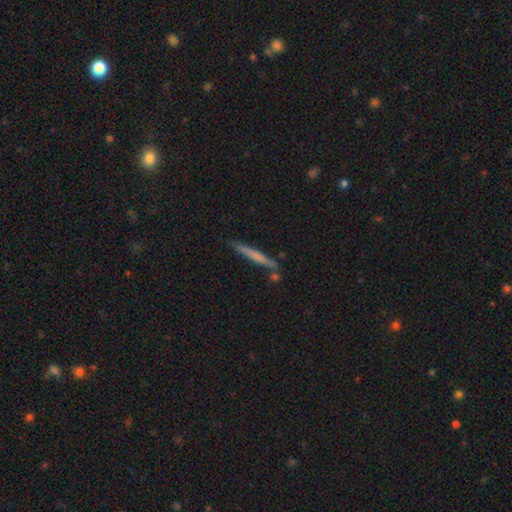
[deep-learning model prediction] Q: Smooth or featured?
A: smooth (51%); runner-up: featured or disk (42%)
Q: How rounded?
A: cigar-shaped (96%); runner-up: in between (3%)
Q: Merging?
A: none (81%); runner-up: minor disturbance (11%)